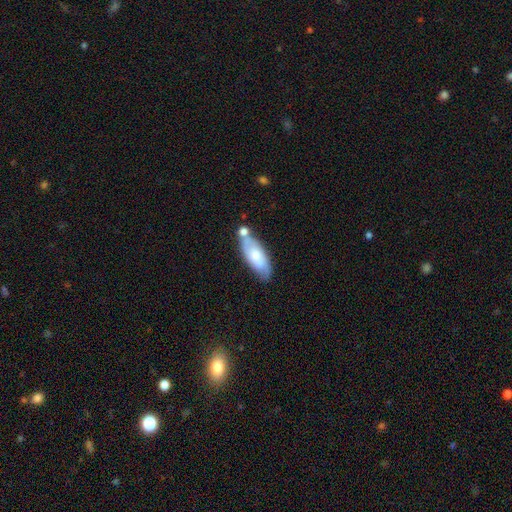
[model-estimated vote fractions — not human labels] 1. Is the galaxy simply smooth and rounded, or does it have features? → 54% smooth, 41% featured or disk, 6% star or artifact.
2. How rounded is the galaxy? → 72% in between, 25% cigar-shaped, 2% round.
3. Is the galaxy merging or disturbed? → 53% none, 23% merger, 19% minor disturbance, 5% major disturbance.